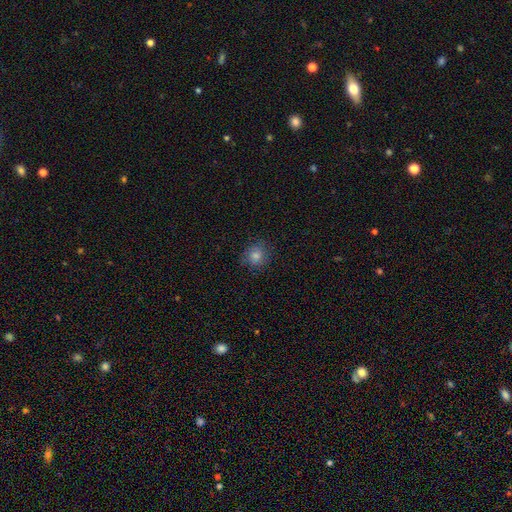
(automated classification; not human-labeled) smooth-or-featured: smooth: 70% | star or artifact: 16% | featured or disk: 14%
  how-rounded: round: 84% | in between: 15% | cigar-shaped: 1%
  merging: none: 82% | minor disturbance: 13% | major disturbance: 4% | merger: 1%